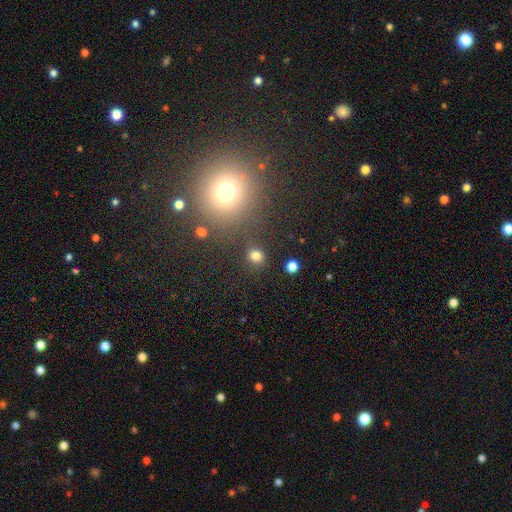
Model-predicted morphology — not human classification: This appears to be a smooth galaxy with no disk features (79%) that is round (82%). Merging: none (82%).